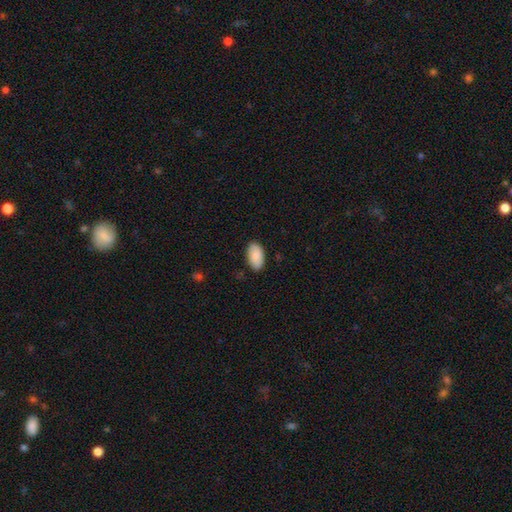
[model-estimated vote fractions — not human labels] smooth 88%, featured or disk 6%, star or artifact 6%. Down the decision tree: how rounded — in between (95%); merging — none (85%).